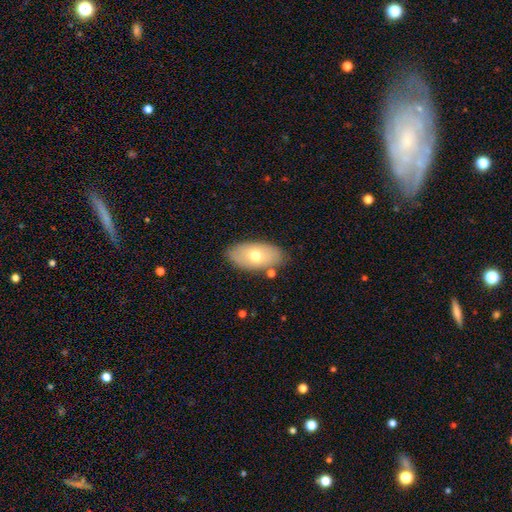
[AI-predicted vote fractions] Smooth or featured? smooth (62%)
How rounded? in between (93%)
Merging? none (81%)